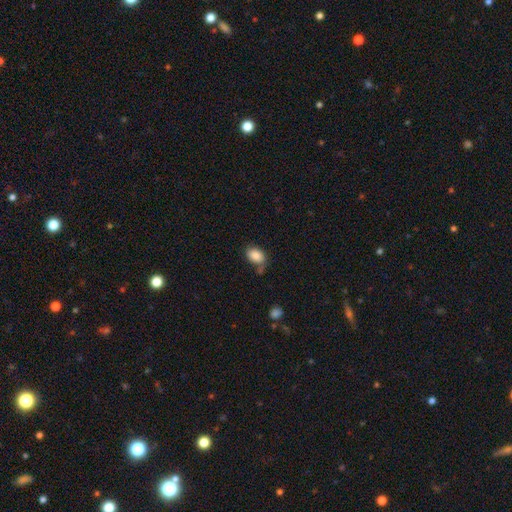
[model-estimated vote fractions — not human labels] This appears to be a smooth galaxy with no disk features (87%) that is in between round and cigar-shaped (83%). Merging: none (62%).